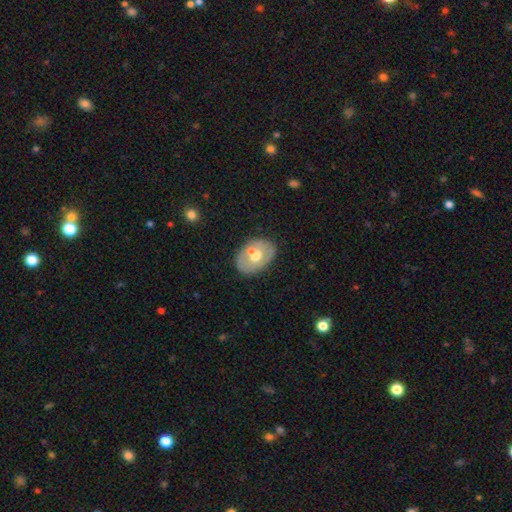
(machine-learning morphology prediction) Overall: smooth (49%; featured or disk 44%). Merging: none (58%; merger 20%).